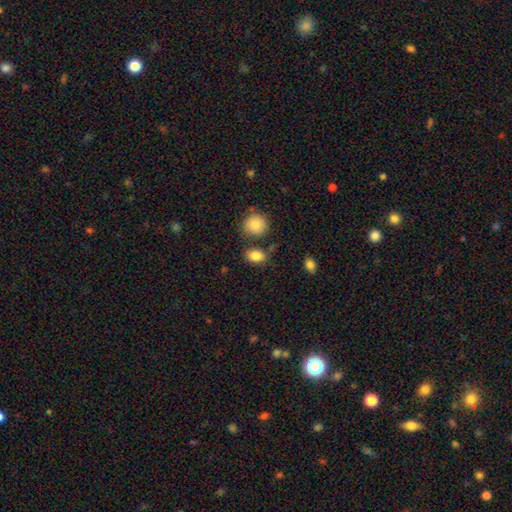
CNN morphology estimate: Smooth or featured?
  - smooth: 84% *
  - star or artifact: 9%
  - featured or disk: 7%
How rounded?
  - in between: 71% *
  - round: 28%
  - cigar-shaped: 1%
Merging?
  - none: 72% *
  - minor disturbance: 13%
  - merger: 11%
  - major disturbance: 4%